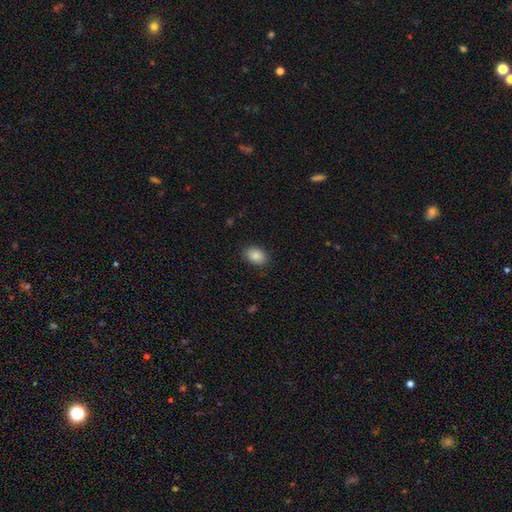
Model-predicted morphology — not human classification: Overall: smooth (88%). How rounded: in between (82%). Merging: none (87%).